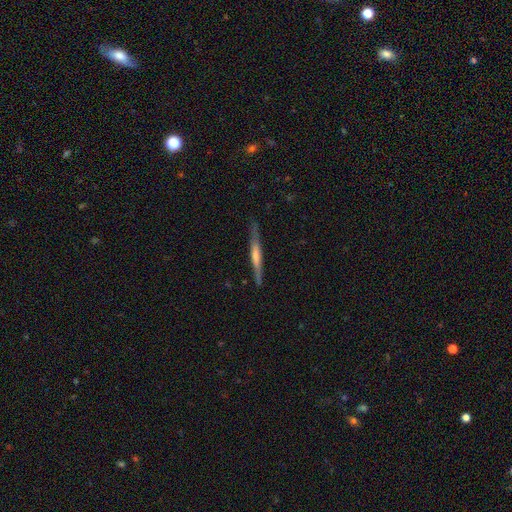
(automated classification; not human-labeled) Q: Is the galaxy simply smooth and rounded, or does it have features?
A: featured or disk — 71%.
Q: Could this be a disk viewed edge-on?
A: yes — 97%.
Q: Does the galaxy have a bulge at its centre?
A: rounded — 55%.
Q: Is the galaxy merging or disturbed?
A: none — 89%.